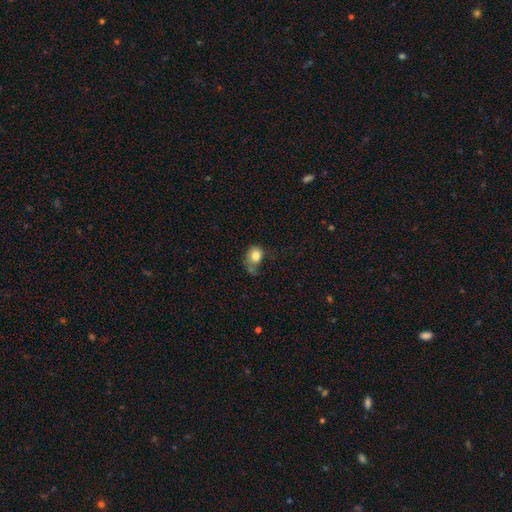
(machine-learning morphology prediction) The model was most divided on "merging": none: 35%, minor disturbance: 30%, major disturbance: 24%, merger: 10%. More confident: smooth or featured — smooth (80%); how rounded — round (59%).